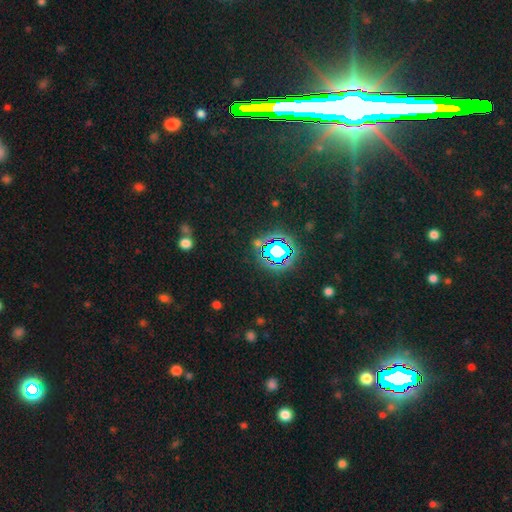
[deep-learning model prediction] Smooth or featured? Predicted: star or artifact (p=0.73).